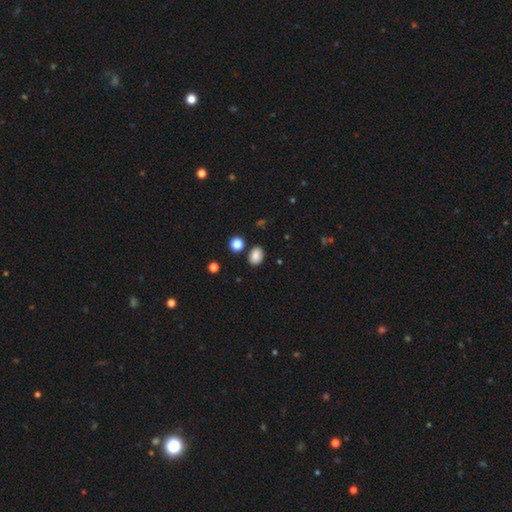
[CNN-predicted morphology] smooth-or-featured: smooth: 86% | star or artifact: 10% | featured or disk: 4%
  how-rounded: in between: 75% | round: 24% | cigar-shaped: 1%
  merging: none: 83% | minor disturbance: 10% | merger: 4% | major disturbance: 3%